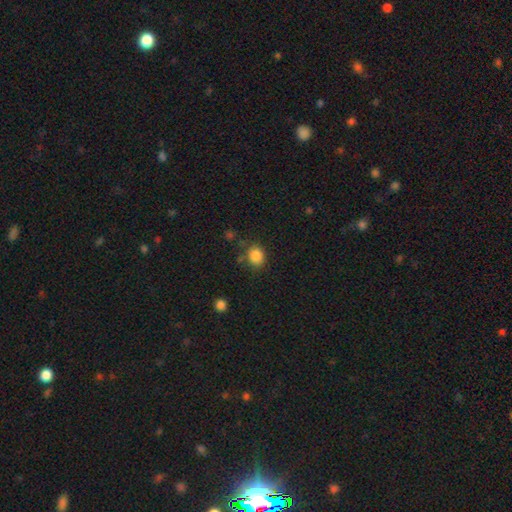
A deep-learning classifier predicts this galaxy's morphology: This is clearly a smooth galaxy (85%). How rounded: likely round (66%). Merging: likely none (75%).